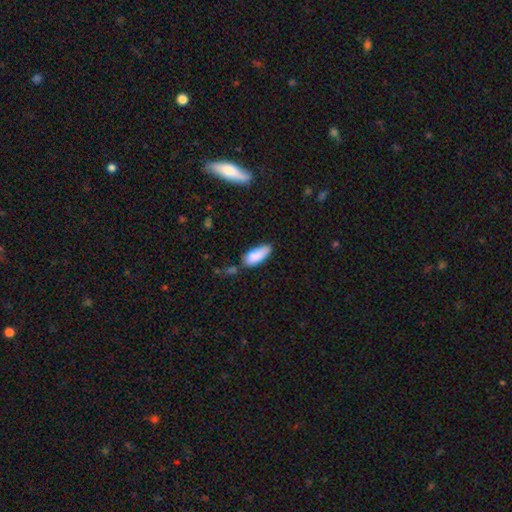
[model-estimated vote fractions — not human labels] Smooth or featured? Predicted: smooth (p=0.85). How rounded? Predicted: in between (p=0.78). Merging? Predicted: none (p=0.57).